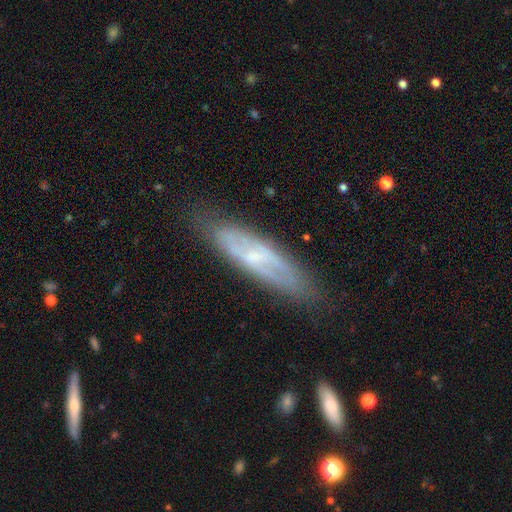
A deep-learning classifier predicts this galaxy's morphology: Overall: featured or disk (64%; smooth 29%). Edge-on disk: no (54%; yes 46%). Merging: none (75%).